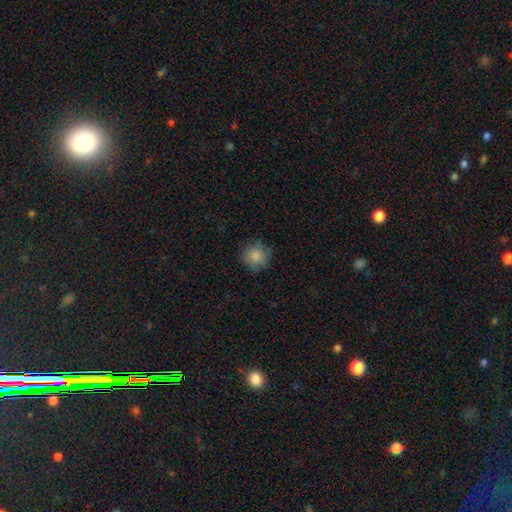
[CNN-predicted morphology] The model was most divided on "merging": none: 79%, minor disturbance: 15%, major disturbance: 4%, merger: 1%. More confident: how rounded — round (91%); smooth or featured — smooth (84%).